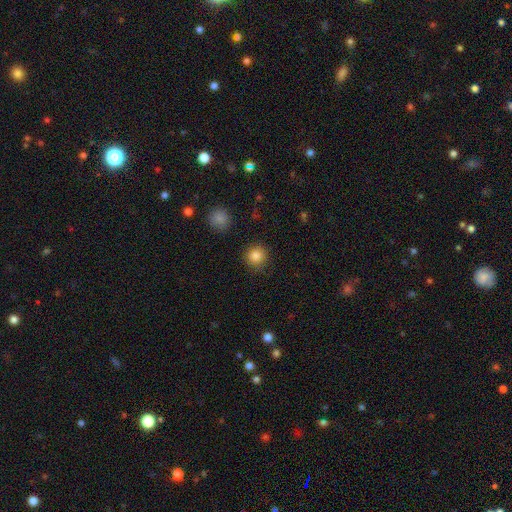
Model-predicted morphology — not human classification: Overall: smooth (86%). How rounded: round (93%). Merging: none (88%).